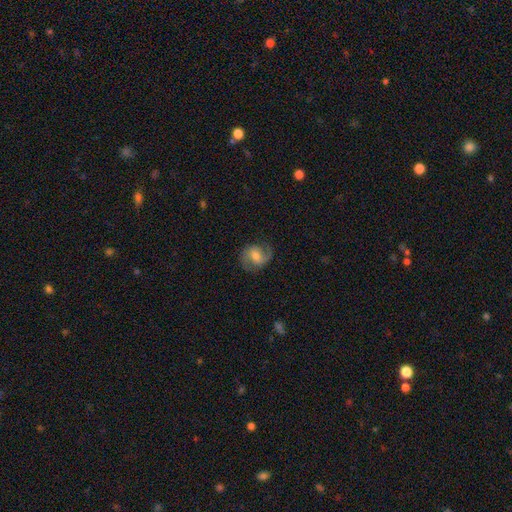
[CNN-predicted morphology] Overall: featured or disk (71%). Edge-on disk: no (97%). Bar: no (48%; weak 42%). Spiral arms: yes (93%). Spiral arm count: 2 (83%). Spiral winding: medium (50%; loose 30%). Bulge size: moderate (59%; small 28%). Merging: none (75%).